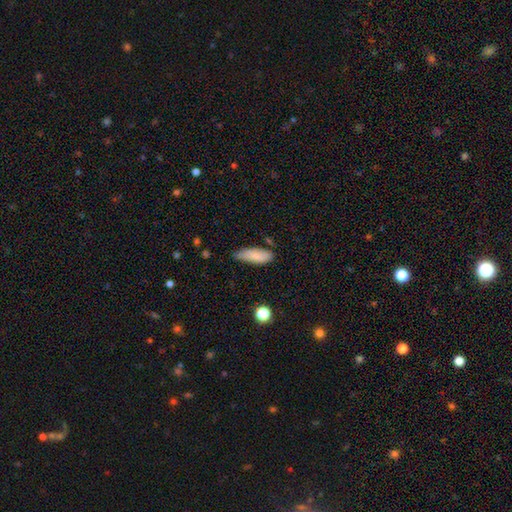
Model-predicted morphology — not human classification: smooth-or-featured: smooth: 81% | featured or disk: 12% | star or artifact: 7%
  how-rounded: in between: 68% | cigar-shaped: 30% | round: 2%
  merging: none: 60% | minor disturbance: 32% | major disturbance: 5% | merger: 3%